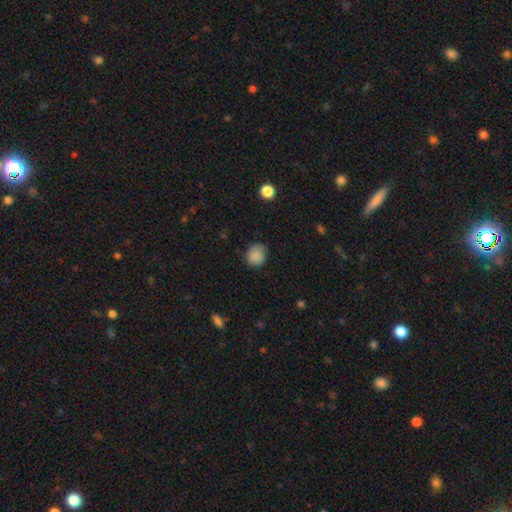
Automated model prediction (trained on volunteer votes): Smooth or featured: smooth — 86% (star or artifact — 9%)
How rounded: round — 80% (in between — 19%)
Merging: none — 74% (minor disturbance — 20%)